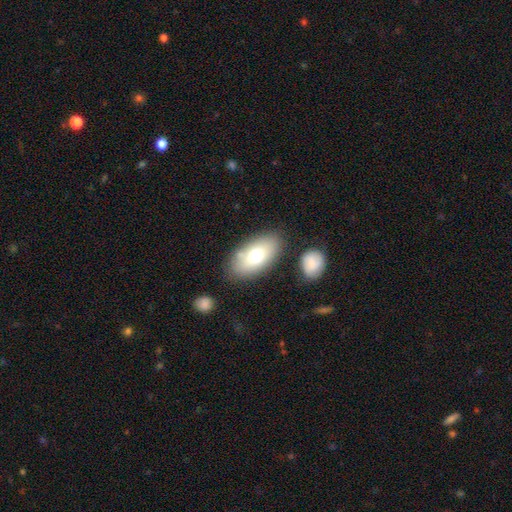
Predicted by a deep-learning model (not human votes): This is likely a smooth galaxy (71%). How rounded: clearly in between (91%). Merging: likely none (78%).